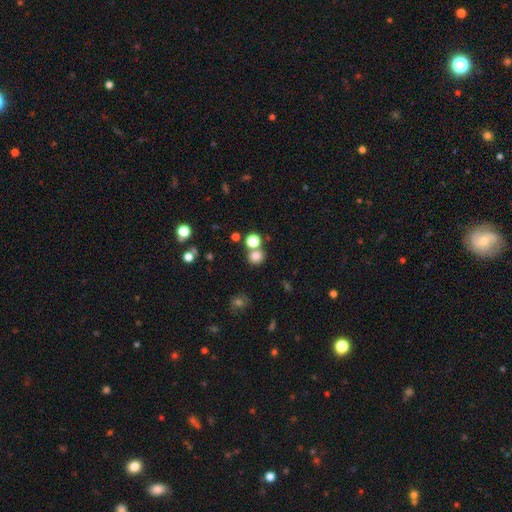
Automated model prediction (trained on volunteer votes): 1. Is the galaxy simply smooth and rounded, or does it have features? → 77% smooth, 16% star or artifact, 6% featured or disk.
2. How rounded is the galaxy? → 85% round, 14% in between, 1% cigar-shaped.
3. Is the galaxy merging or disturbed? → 66% none, 23% merger, 8% minor disturbance, 4% major disturbance.